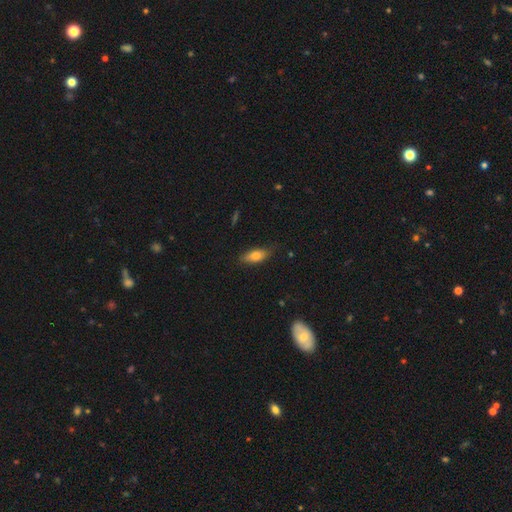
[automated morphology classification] A smooth galaxy with no disk features (69%) that is in between round and cigar-shaped (70%). Merging: none (77%).